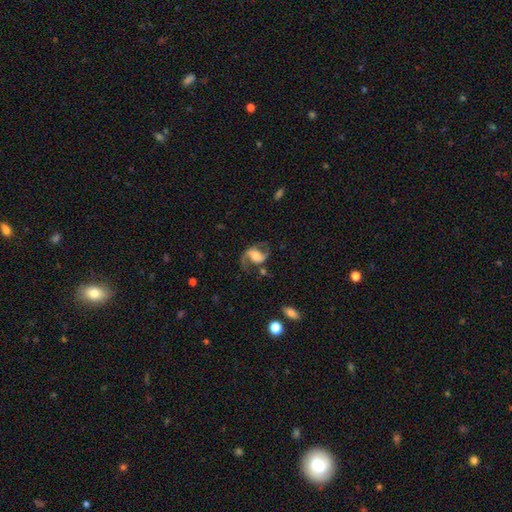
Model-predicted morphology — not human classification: Overall: featured or disk (75%). Edge-on disk: no (97%). Bar: weak (39%; no 38%). Spiral arms: yes (91%). Spiral arm count: 2 (85%). Spiral winding: loose (50%; medium 41%). Bulge size: moderate (40%; small 25%). Merging: none (58%; major disturbance 20%).